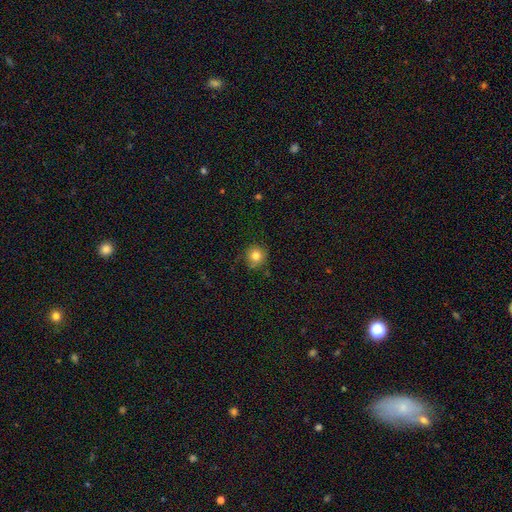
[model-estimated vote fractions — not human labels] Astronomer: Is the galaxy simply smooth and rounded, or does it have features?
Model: smooth — 81%.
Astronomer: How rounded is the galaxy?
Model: round — 92%.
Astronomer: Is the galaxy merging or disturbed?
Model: none — 82%.